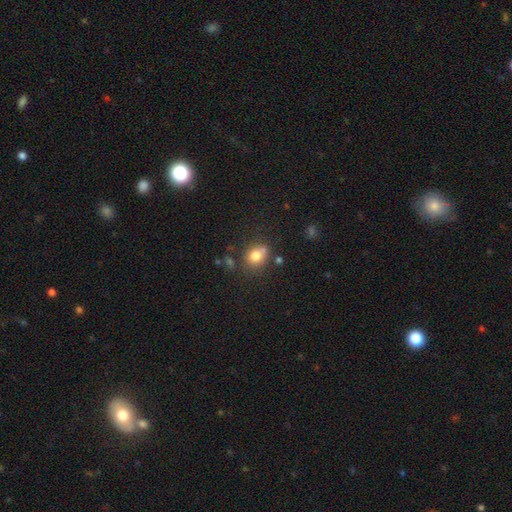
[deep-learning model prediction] Smooth or featured? Predicted: smooth (p=0.77). How rounded? Predicted: round (p=0.63). Merging? Predicted: none (p=0.60).